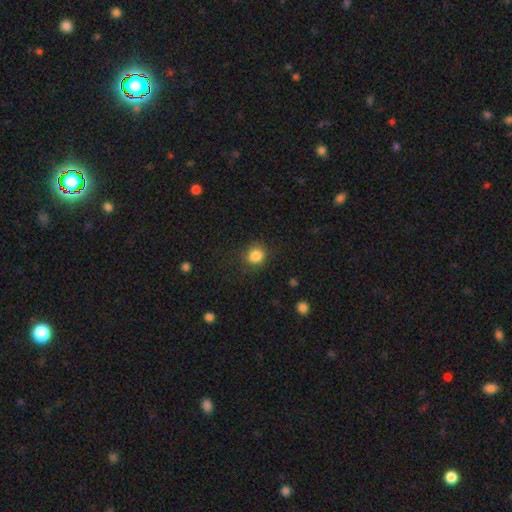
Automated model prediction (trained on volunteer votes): smooth-or-featured: smooth: 85% | star or artifact: 10% | featured or disk: 4%
  how-rounded: round: 85% | in between: 15% | cigar-shaped: 1%
  merging: none: 84% | minor disturbance: 11% | major disturbance: 4% | merger: 1%